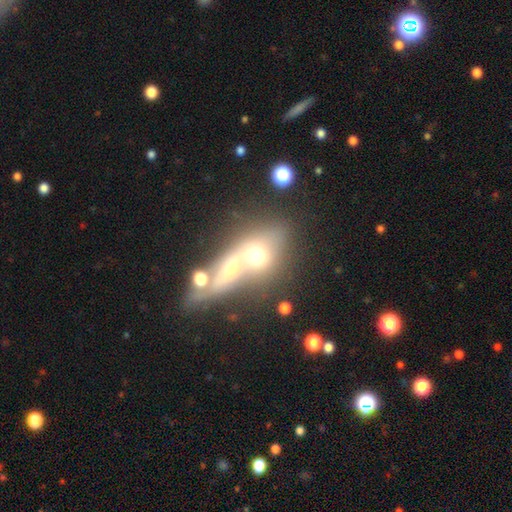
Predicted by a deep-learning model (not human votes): A featured or disk galaxy (42%, tied with smooth). Merging: merger (63%).